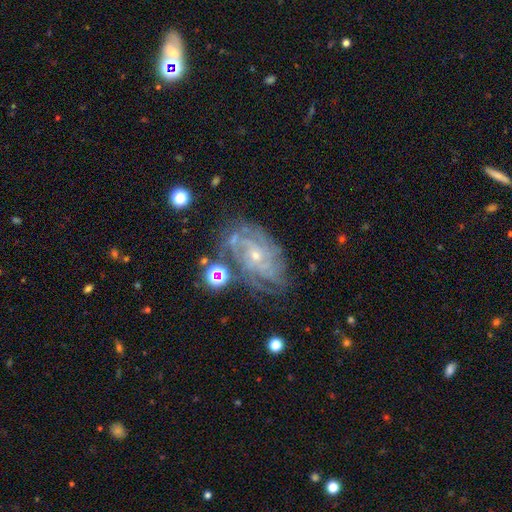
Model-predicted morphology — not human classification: Overall: featured or disk (83%). Edge-on disk: no (96%). Bar: no (72%). Spiral arms: yes (95%). Spiral arm count: can't tell (35%; 4 19%). Spiral winding: tight (67%). Bulge size: small (74%). Merging: none (67%).